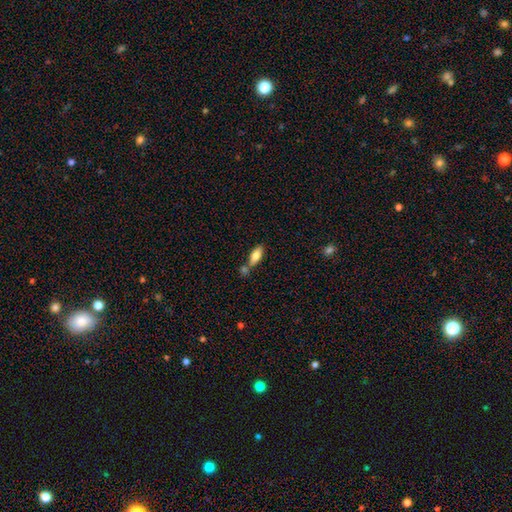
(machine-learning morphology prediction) Smooth or featured: smooth — 78% (featured or disk — 15%)
How rounded: in between — 76% (cigar-shaped — 22%)
Merging: none — 55% (merger — 29%)